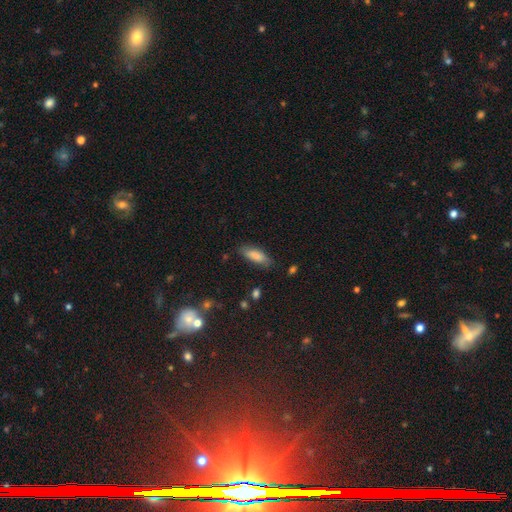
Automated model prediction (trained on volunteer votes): This is clearly a smooth galaxy (84%). How rounded: likely in between (67%). Merging: likely none (77%).